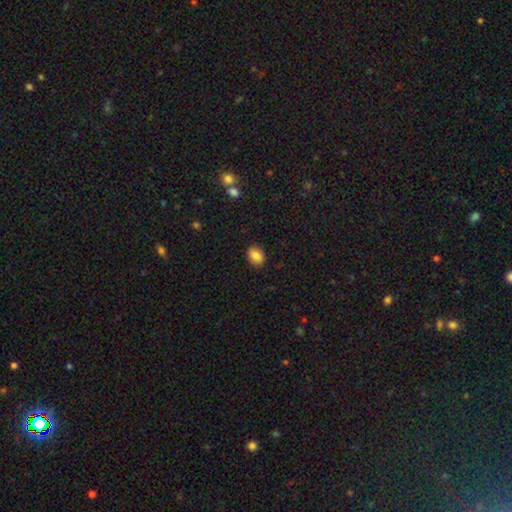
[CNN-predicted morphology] smooth 85%, star or artifact 8%, featured or disk 6%. Down the decision tree: how rounded — in between (71%); merging — none (89%).